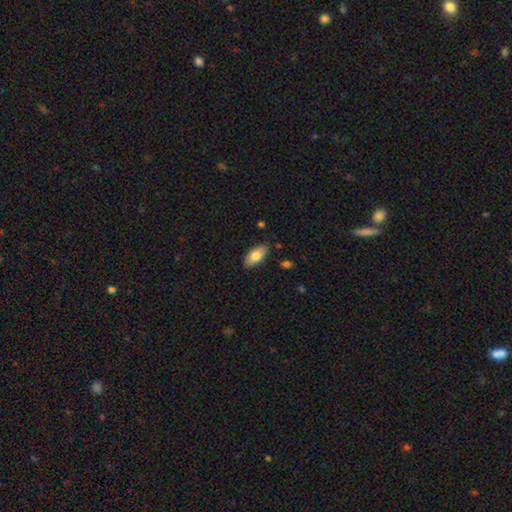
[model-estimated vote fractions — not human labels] smooth-or-featured: smooth: 76% | featured or disk: 17% | star or artifact: 7%
  how-rounded: in between: 90% | cigar-shaped: 8% | round: 3%
  merging: none: 84% | minor disturbance: 12% | major disturbance: 2% | merger: 2%